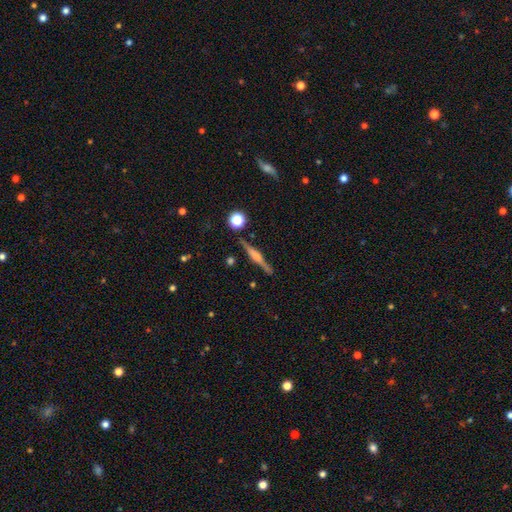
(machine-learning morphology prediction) Smooth or featured?
  - featured or disk: 68% *
  - smooth: 24%
  - star or artifact: 8%
Edge-on disk?
  - yes: 97% *
  - no: 3%
Edge-on bulge?
  - rounded: 59% *
  - boxy: 29%
  - none: 12%
Merging?
  - none: 87% *
  - minor disturbance: 9%
  - merger: 3%
  - major disturbance: 2%